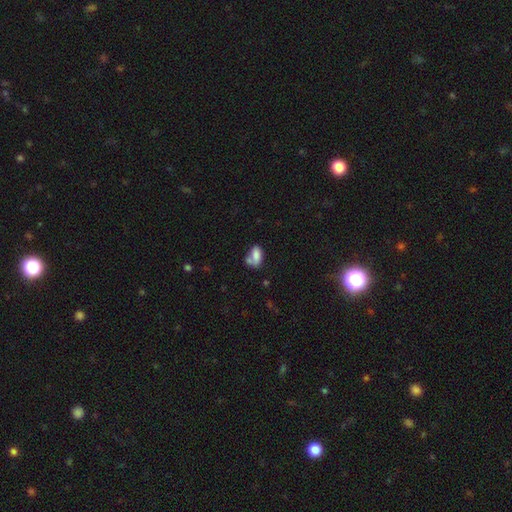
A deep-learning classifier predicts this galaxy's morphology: This is likely a smooth galaxy (77%). How rounded: clearly in between (87%). Merging: marginally merger (39%).